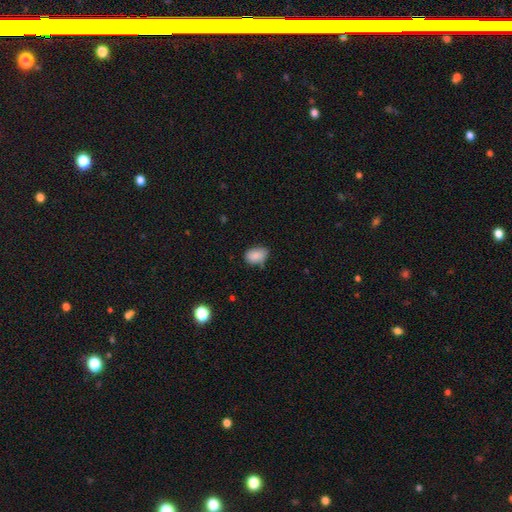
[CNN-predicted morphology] The model was most divided on "merging": none: 61%, minor disturbance: 31%, major disturbance: 5%, merger: 3%. More confident: smooth or featured — smooth (85%); how rounded — in between (83%).